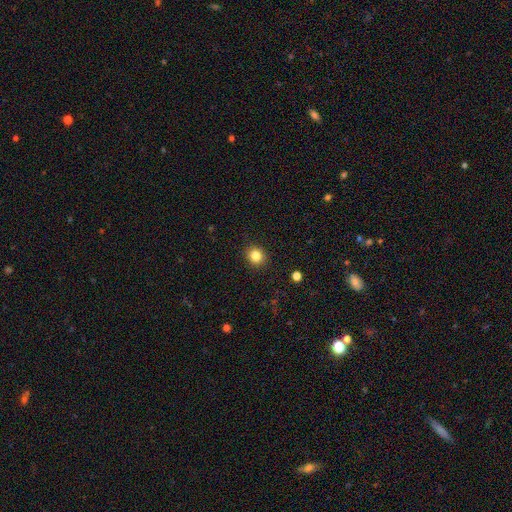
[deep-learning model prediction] Smooth or featured: smooth — 84% (star or artifact — 11%)
How rounded: round — 81% (in between — 18%)
Merging: none — 90% (minor disturbance — 7%)